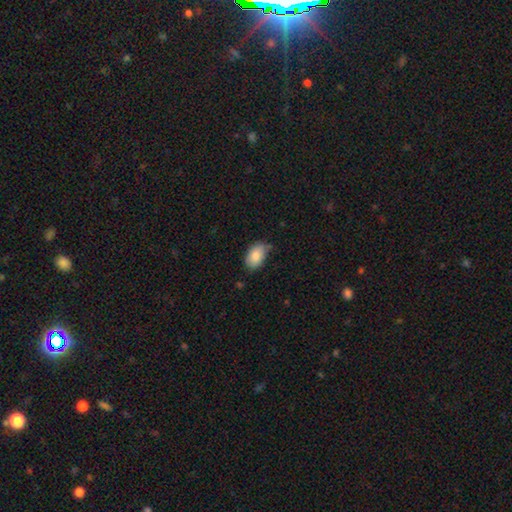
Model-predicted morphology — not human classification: This is clearly a smooth galaxy (86%). How rounded: clearly in between (92%). Merging: likely none (65%).